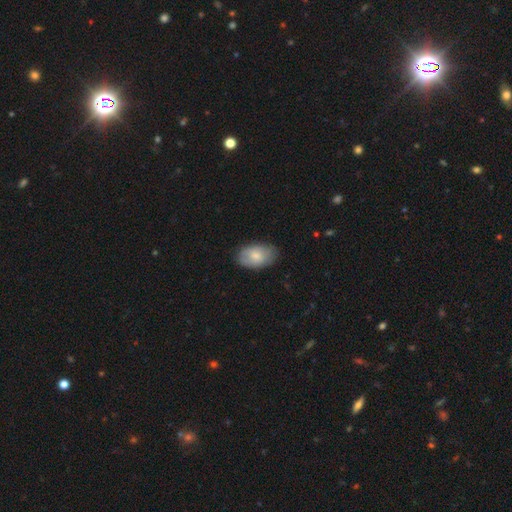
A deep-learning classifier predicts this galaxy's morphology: smooth_or_featured: smooth (p=0.74) [alt: featured or disk p=0.20]
how_rounded: in between (p=0.92) [alt: round p=0.07]
merging: none (p=0.77) [alt: minor disturbance p=0.18]